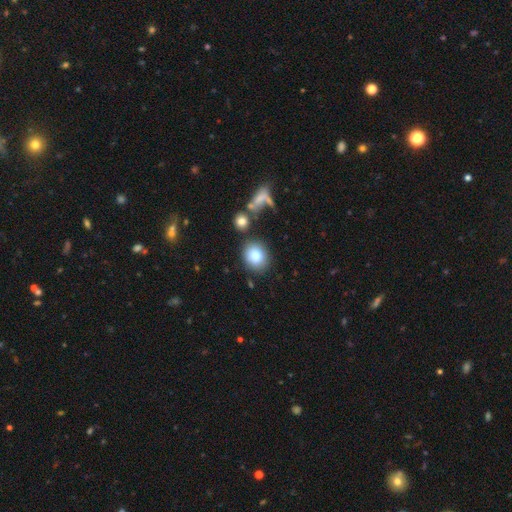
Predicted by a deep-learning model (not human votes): Smooth or featured?
  - smooth: 80% *
  - featured or disk: 10%
  - star or artifact: 10%
How rounded?
  - round: 75% *
  - in between: 24%
  - cigar-shaped: 1%
Merging?
  - none: 79% *
  - minor disturbance: 10%
  - merger: 8%
  - major disturbance: 4%